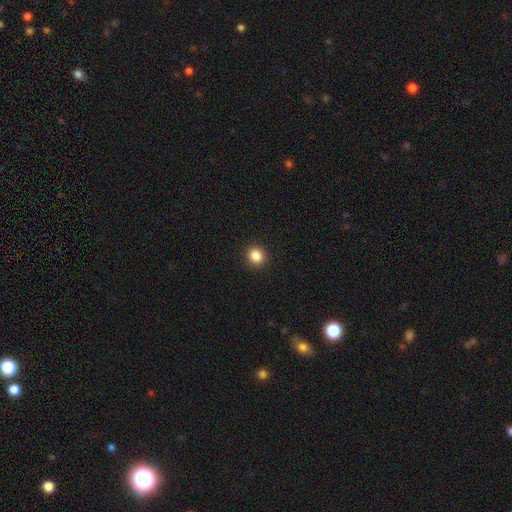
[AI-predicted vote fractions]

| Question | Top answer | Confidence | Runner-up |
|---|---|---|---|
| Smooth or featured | smooth | 87% | star or artifact (10%) |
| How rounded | round | 83% | in between (16%) |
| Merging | none | 92% | minor disturbance (5%) |